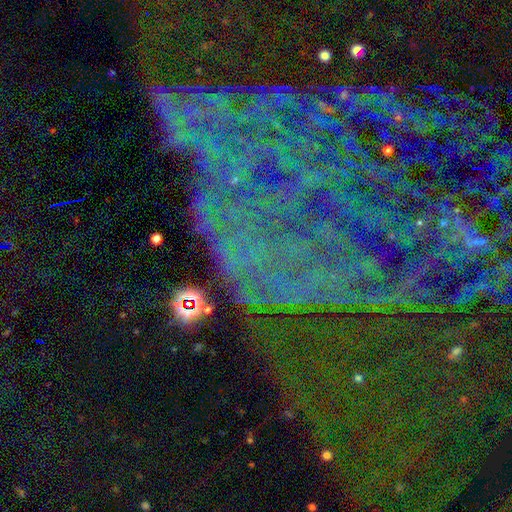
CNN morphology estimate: A star or artifact, not a galaxy (71%).